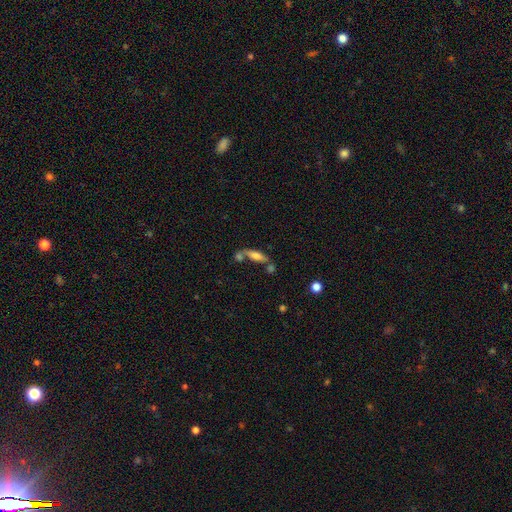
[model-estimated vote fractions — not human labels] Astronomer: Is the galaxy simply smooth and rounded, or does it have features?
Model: smooth — 58%.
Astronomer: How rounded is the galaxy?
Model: cigar-shaped — 52% (runner-up: in between, 45%).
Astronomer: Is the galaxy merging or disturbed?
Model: none — 51% (runner-up: merger, 29%).